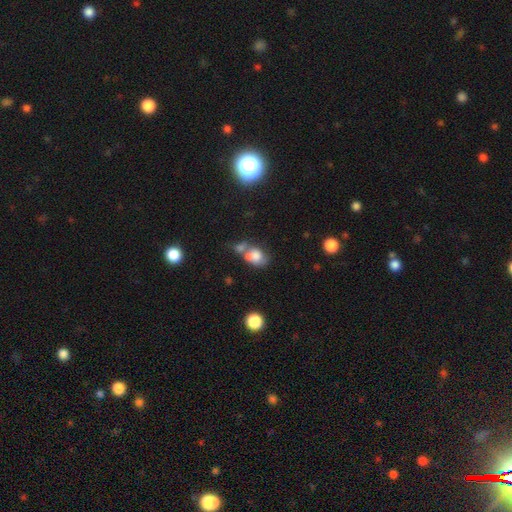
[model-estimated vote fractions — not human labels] Smooth or featured? Predicted: smooth (p=0.72). How rounded? Predicted: in between (p=0.66). Merging? Predicted: merger (p=0.54).